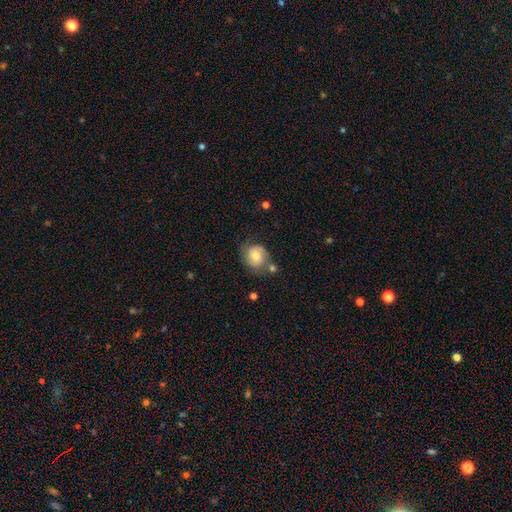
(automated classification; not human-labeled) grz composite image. It shows a smooth galaxy with no disk features (49%). Merging: none (54%).